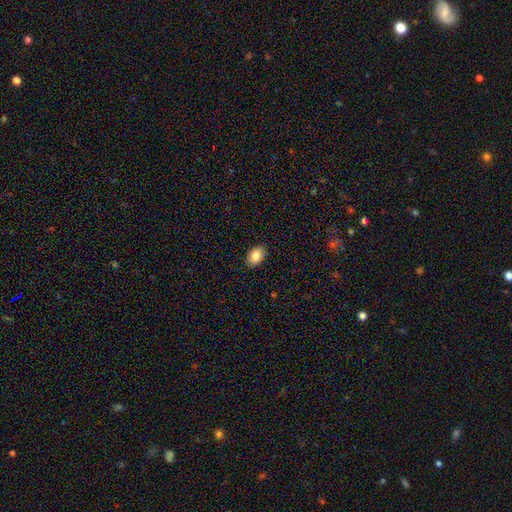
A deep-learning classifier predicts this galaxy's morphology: A smooth galaxy with no disk features (87%) that is in between round and cigar-shaped (85%).

Vote fractions:
- Smooth or featured? smooth: 87% / star or artifact: 8% / featured or disk: 6%
- How rounded? in between: 85% / round: 14% / cigar-shaped: 1%
- Merging? none: 88% / minor disturbance: 9% / major disturbance: 2% / merger: 1%